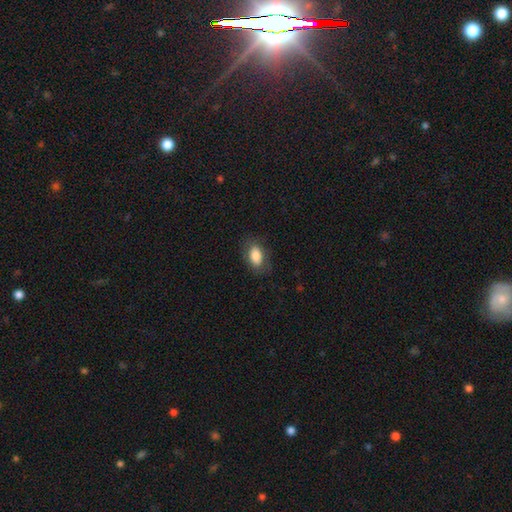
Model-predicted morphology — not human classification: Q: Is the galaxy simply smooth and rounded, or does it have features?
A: smooth — 80%.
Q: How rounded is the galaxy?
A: in between — 90%.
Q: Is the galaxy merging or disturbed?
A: none — 76%.